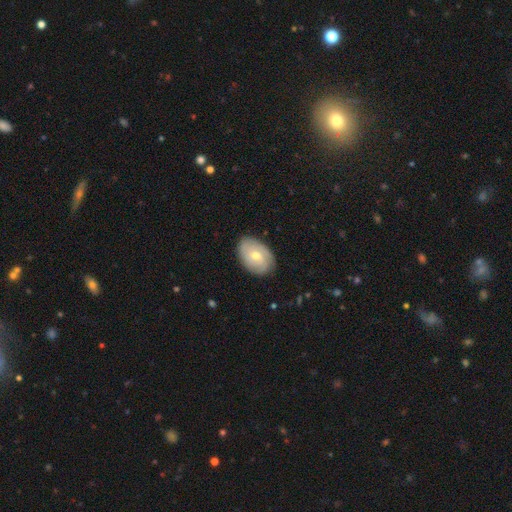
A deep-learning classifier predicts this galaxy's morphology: A smooth galaxy with no disk features (47%). Merging: none (82%).